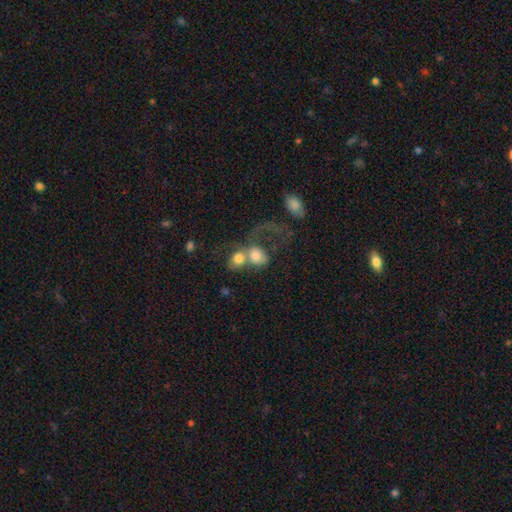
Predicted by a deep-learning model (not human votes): A smooth galaxy with no disk features (65%) that is round (54%). Merging: merger (72%).